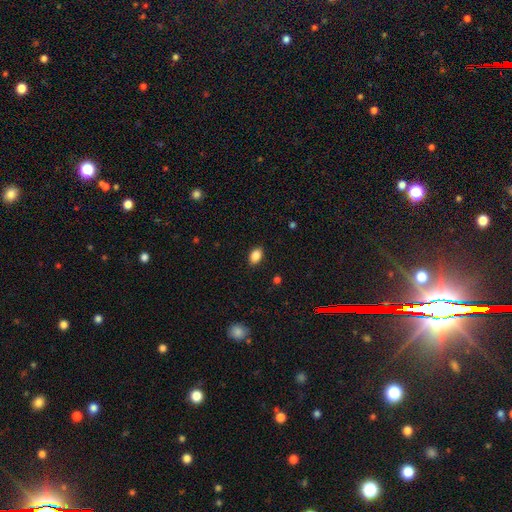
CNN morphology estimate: type=smooth (87%); roundness=in between (87%); merging=none (88%).